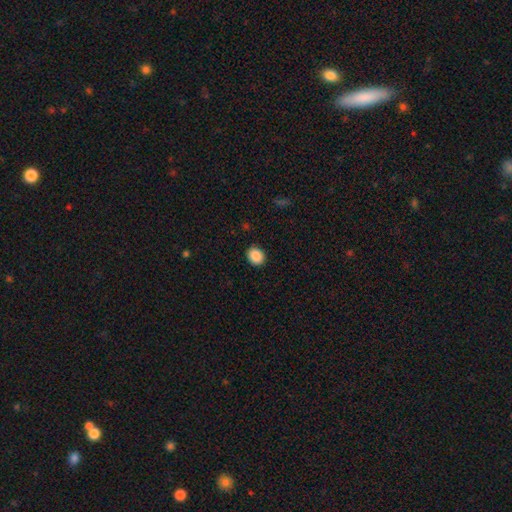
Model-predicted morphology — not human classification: A smooth galaxy with no disk features (88%) that is round (65%).

Vote fractions:
- Smooth or featured? smooth: 88% / star or artifact: 8% / featured or disk: 3%
- How rounded? round: 65% / in between: 34% / cigar-shaped: 1%
- Merging? none: 91% / minor disturbance: 6% / major disturbance: 2% / merger: 1%